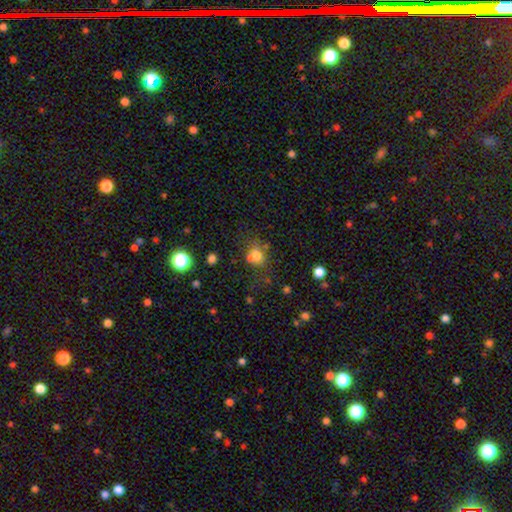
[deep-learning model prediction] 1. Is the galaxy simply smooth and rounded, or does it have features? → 75% smooth, 15% star or artifact, 10% featured or disk.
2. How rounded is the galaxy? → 69% round, 29% in between, 1% cigar-shaped.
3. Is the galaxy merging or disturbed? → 58% none, 21% minor disturbance, 11% merger, 11% major disturbance.